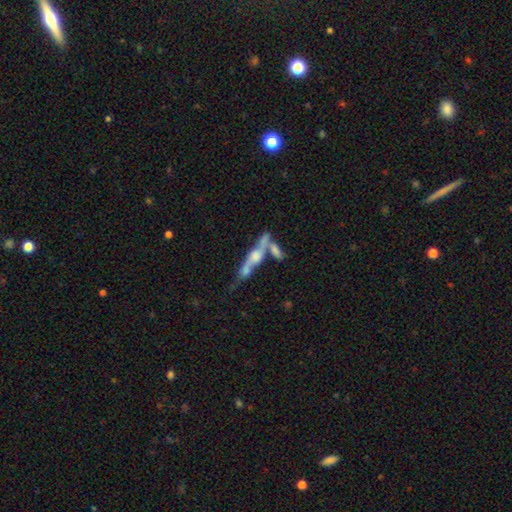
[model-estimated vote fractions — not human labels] Smooth or featured? Predicted: featured or disk (p=0.65). Edge-on disk? Predicted: yes (p=0.78). Edge-on bulge? Predicted: rounded (p=0.77). Merging? Predicted: merger (p=0.42).